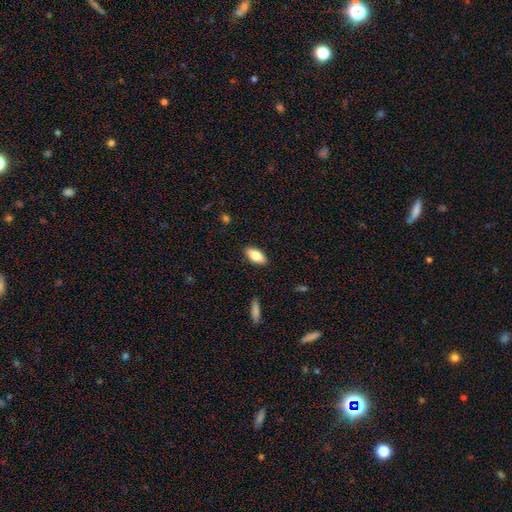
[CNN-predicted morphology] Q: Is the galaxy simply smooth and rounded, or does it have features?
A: smooth — 77%.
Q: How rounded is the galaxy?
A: in between — 86%.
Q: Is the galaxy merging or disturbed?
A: none — 89%.